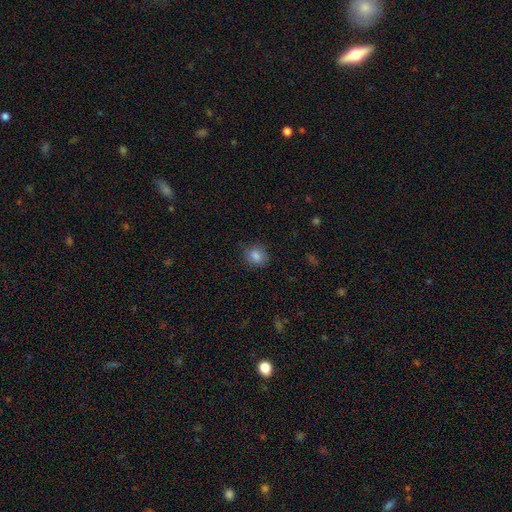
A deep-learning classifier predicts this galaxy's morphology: This is clearly a smooth galaxy (84%). How rounded: likely round (63%). Merging: clearly none (83%).